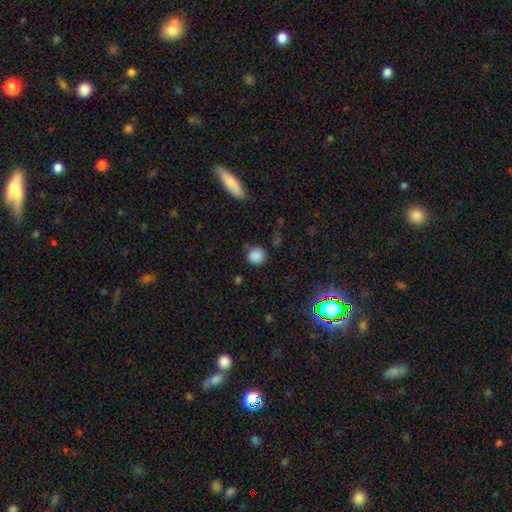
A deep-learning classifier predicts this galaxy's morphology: Smooth or featured: smooth — 84% (star or artifact — 11%)
How rounded: round — 86% (in between — 13%)
Merging: none — 75% (minor disturbance — 17%)